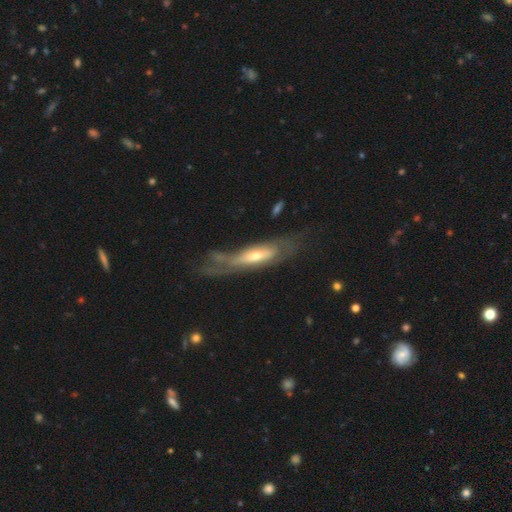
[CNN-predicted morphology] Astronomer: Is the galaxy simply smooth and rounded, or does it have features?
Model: featured or disk — 72%.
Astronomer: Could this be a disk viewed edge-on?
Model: no — 55% (runner-up: yes, 45%).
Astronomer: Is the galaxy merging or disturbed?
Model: none — 51%.